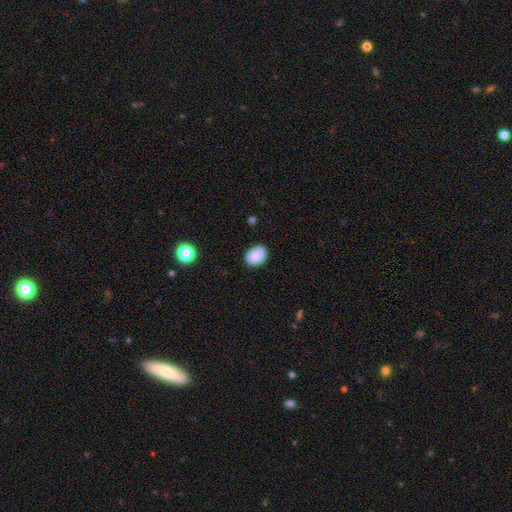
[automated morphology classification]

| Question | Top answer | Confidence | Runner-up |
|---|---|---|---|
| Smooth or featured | smooth | 86% | star or artifact (8%) |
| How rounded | in between | 65% | round (34%) |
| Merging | none | 81% | minor disturbance (14%) |